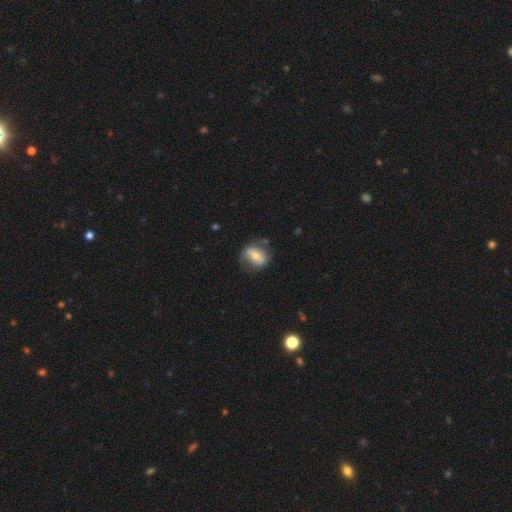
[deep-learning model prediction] A smooth galaxy with no disk features (51%) that is in between round and cigar-shaped (62%). Merging: none (56%).